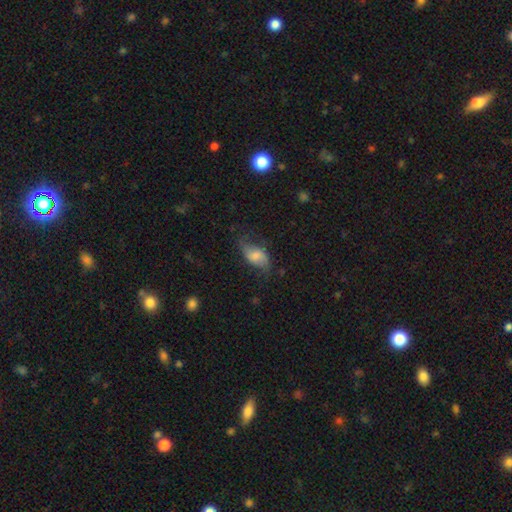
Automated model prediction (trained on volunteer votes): Morphology: type=smooth (56%); roundness=in between (89%); merging=none (55%).